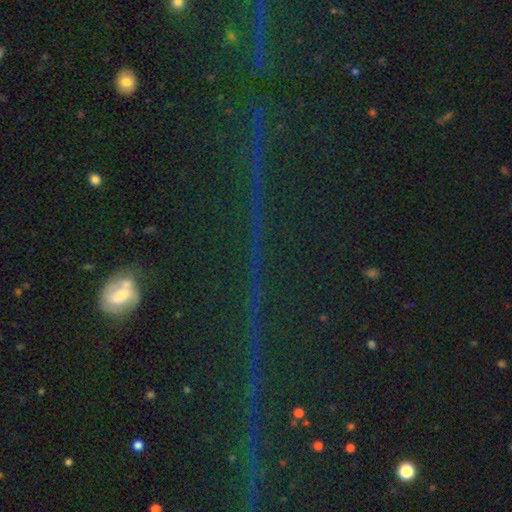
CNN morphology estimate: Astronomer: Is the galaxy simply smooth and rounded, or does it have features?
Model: star or artifact — 80%.